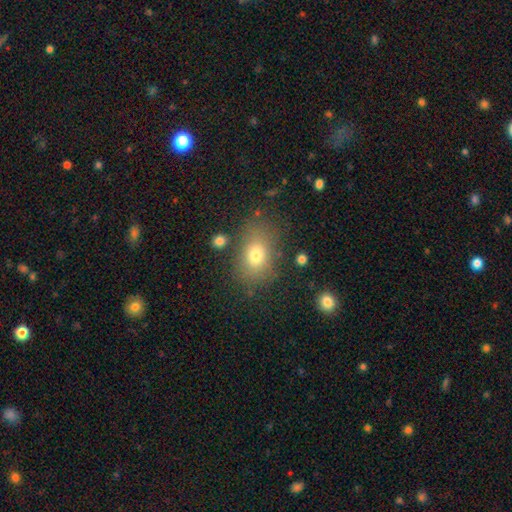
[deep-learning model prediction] A smooth galaxy with no disk features (74%) that is in between round and cigar-shaped (74%).

Vote fractions:
- Smooth or featured? smooth: 74% / featured or disk: 14% / star or artifact: 12%
- How rounded? in between: 74% / round: 25% / cigar-shaped: 2%
- Merging? none: 71% / minor disturbance: 17% / major disturbance: 8% / merger: 4%